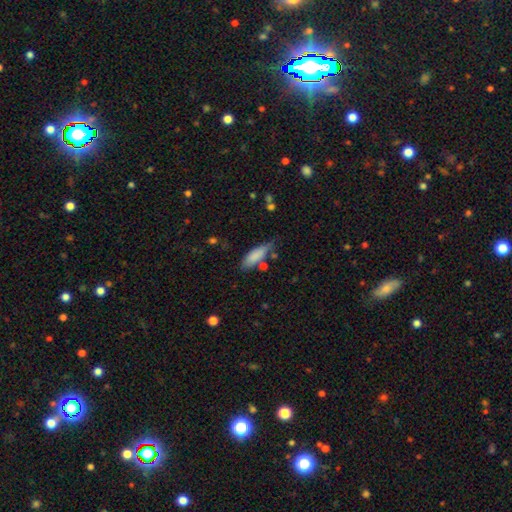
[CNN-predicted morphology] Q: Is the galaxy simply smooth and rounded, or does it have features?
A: smooth — 83%.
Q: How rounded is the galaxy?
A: in between — 59%.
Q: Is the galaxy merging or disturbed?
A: none — 56%.